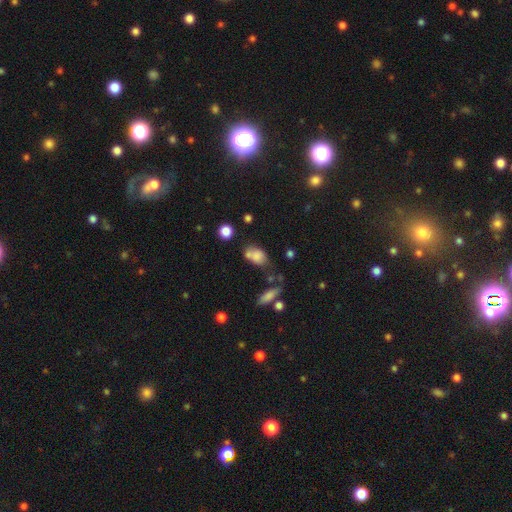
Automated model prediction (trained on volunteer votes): Q: Smooth or featured?
A: smooth (75%); runner-up: featured or disk (14%)
Q: How rounded?
A: in between (79%); runner-up: round (18%)
Q: Merging?
A: none (41%); runner-up: merger (26%)